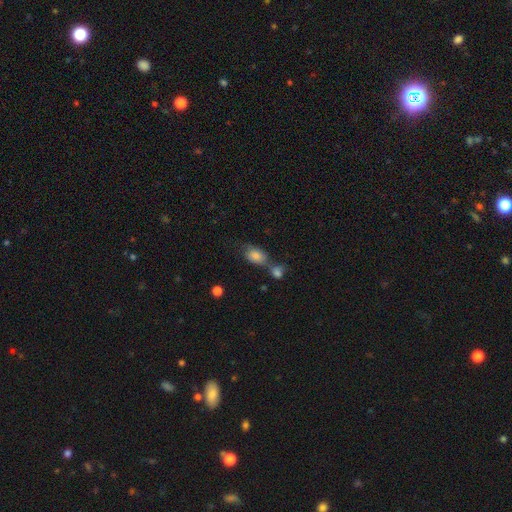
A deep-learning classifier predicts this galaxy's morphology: smooth_or_featured: smooth (p=0.75) [alt: featured or disk p=0.15]
how_rounded: in between (p=0.77) [alt: round p=0.20]
merging: merger (p=0.38) [alt: none p=0.36]